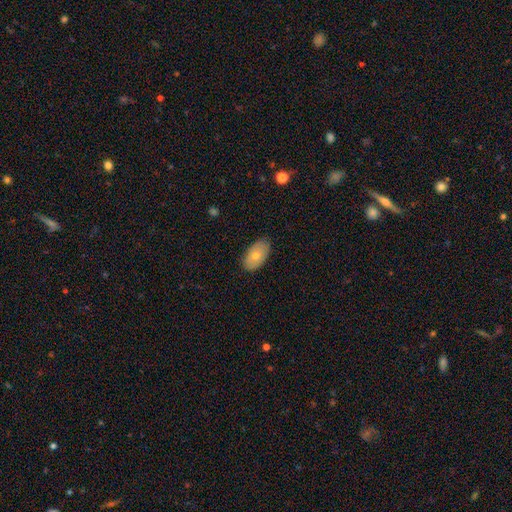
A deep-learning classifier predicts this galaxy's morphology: The model was most divided on "smooth or featured": smooth: 70%, featured or disk: 23%, star or artifact: 7%. More confident: how rounded — in between (93%); merging — none (85%).